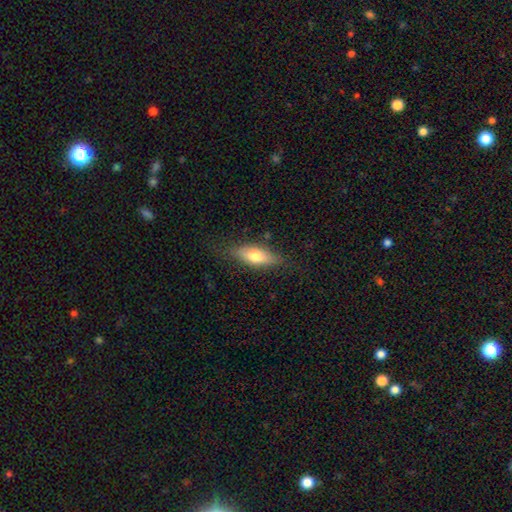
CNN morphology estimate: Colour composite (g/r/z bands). It shows a smooth galaxy with no disk features (66%) that is in between round and cigar-shaped (68%). Merging: none (77%).